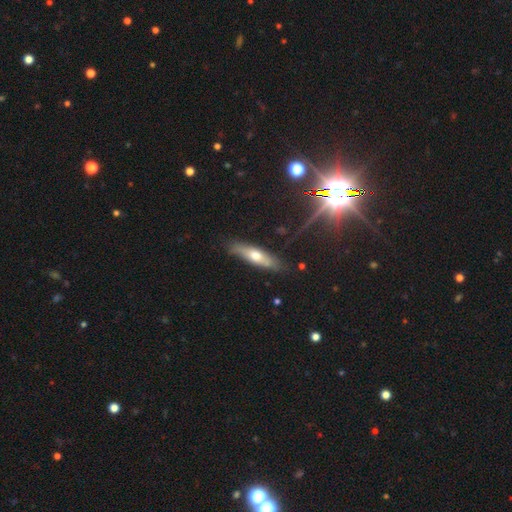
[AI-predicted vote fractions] Smooth or featured?
  - smooth: 52% *
  - featured or disk: 40%
  - star or artifact: 8%
How rounded?
  - cigar-shaped: 69% *
  - in between: 29%
  - round: 2%
Merging?
  - none: 82% *
  - minor disturbance: 13%
  - major disturbance: 3%
  - merger: 2%